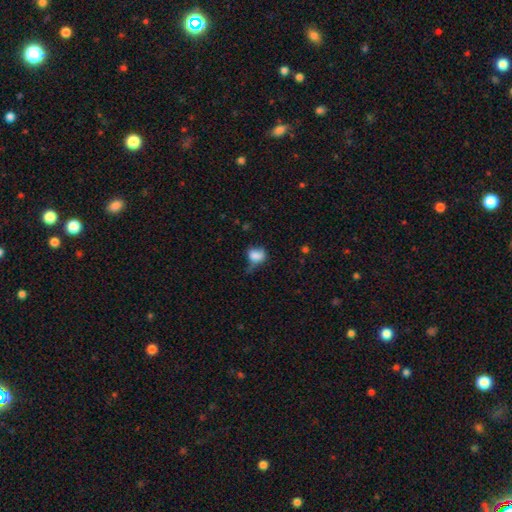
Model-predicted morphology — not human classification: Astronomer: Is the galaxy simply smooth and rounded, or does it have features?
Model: smooth — 79%.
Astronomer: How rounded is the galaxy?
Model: in between — 62%.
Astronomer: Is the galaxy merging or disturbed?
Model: minor disturbance — 37% (runner-up: none, 30%).